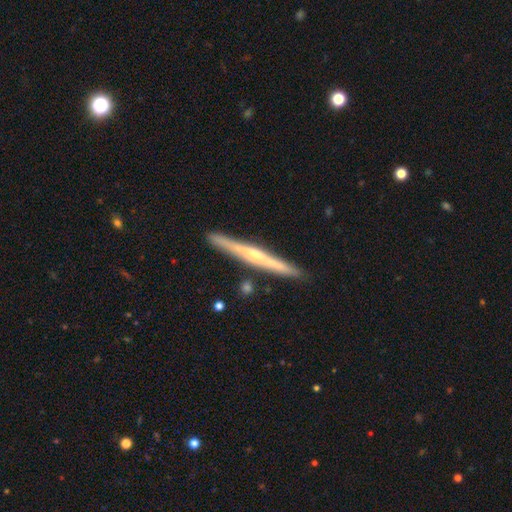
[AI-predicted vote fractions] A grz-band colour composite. It shows a featured or disk galaxy (68%) viewed edge-on (98%) with a rounded central bulge (60%). Merging: none (89%).